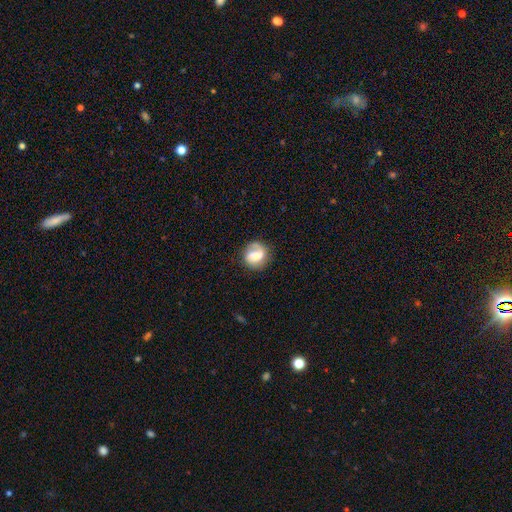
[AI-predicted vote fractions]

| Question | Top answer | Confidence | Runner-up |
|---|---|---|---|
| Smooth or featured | featured or disk | 48% | smooth (44%) |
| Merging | none | 63% | minor disturbance (21%) |